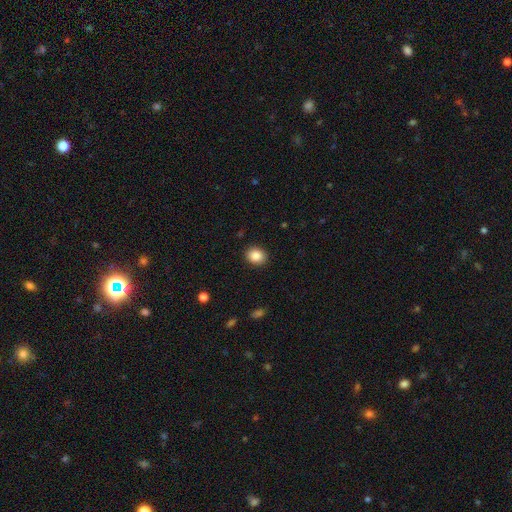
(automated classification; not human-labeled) Overall: smooth (87%). How rounded: round (63%; in between 36%). Merging: none (90%).